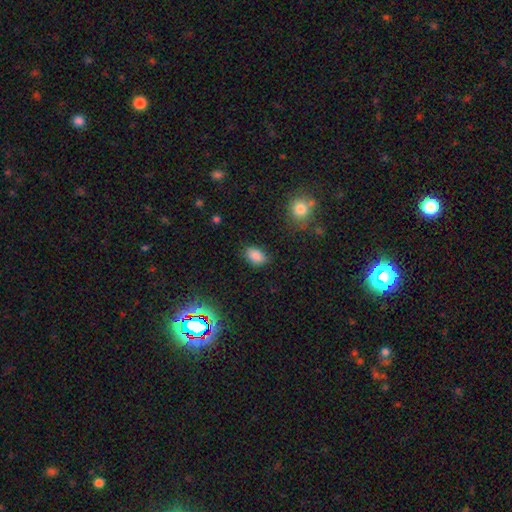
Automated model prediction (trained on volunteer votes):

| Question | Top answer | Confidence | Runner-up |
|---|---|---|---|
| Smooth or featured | smooth | 84% | star or artifact (11%) |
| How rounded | in between | 88% | round (10%) |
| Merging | none | 82% | minor disturbance (13%) |